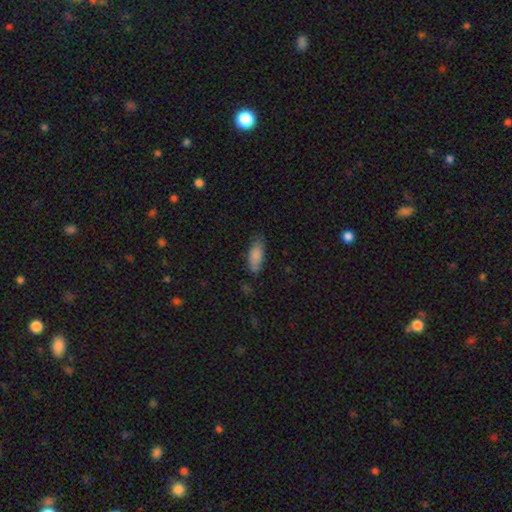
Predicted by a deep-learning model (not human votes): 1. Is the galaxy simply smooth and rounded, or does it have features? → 85% smooth, 8% featured or disk, 7% star or artifact.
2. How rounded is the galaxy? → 75% in between, 23% cigar-shaped, 2% round.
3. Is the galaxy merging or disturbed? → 67% none, 25% minor disturbance, 6% major disturbance, 2% merger.